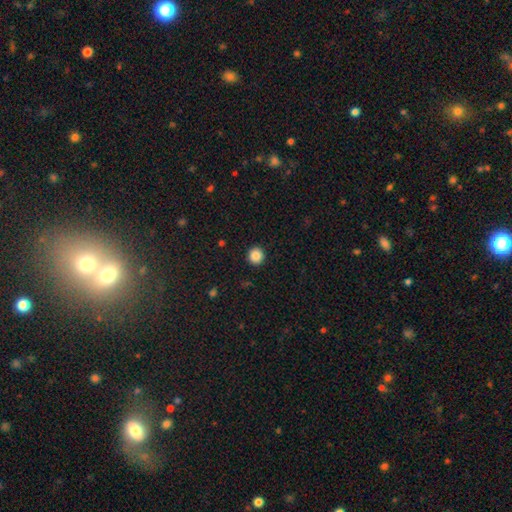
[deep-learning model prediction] Q: Smooth or featured?
A: smooth (87%); runner-up: star or artifact (10%)
Q: How rounded?
A: round (94%); runner-up: in between (5%)
Q: Merging?
A: none (93%); runner-up: minor disturbance (4%)